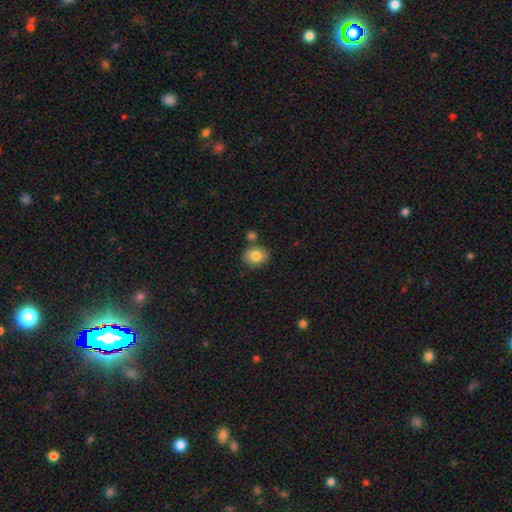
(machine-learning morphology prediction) A smooth galaxy with no disk features (81%) that is round (61%). Merging: none (74%).